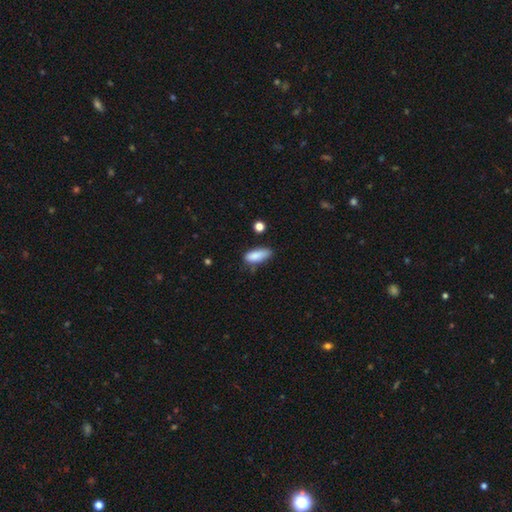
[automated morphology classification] type=smooth (85%); roundness=in between (74%); merging=none (57%).